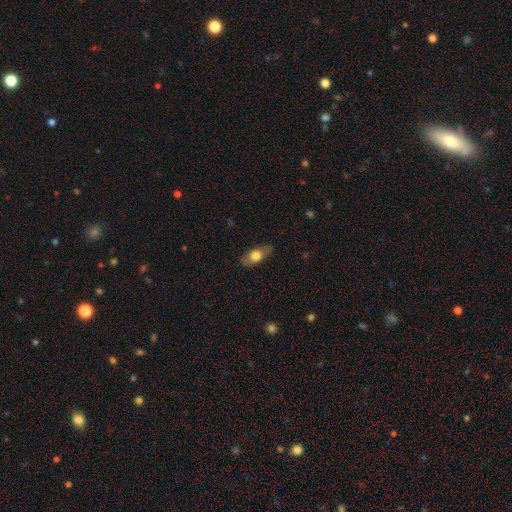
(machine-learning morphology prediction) type=smooth (65%); roundness=in between (77%); merging=none (80%).